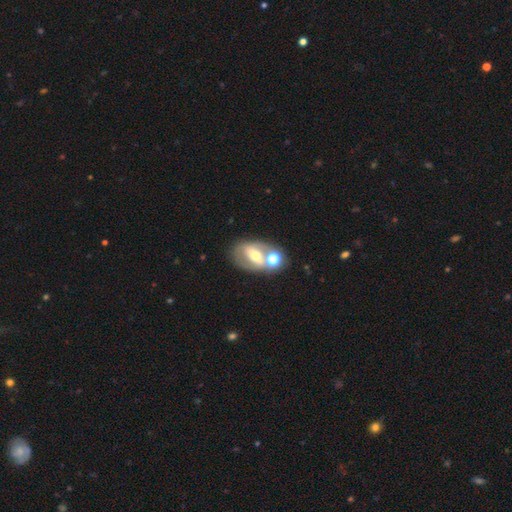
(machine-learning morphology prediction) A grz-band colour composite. It shows a featured or disk galaxy (59%) with a strong bar (39%), no spiral arms (68%) and a moderate central bulge (62%). Merging: none (47%).